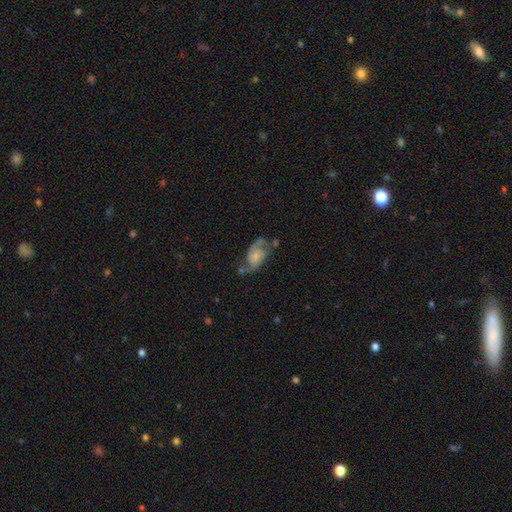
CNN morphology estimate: Smooth or featured? featured or disk (78%)
Edge-on disk? no (97%)
Bar? no (60%)
Spiral arms? yes (94%)
Spiral winding? medium (47%)
Spiral arm count? 2 (87%)
Bulge size? small (50%)
Merging? none (51%)